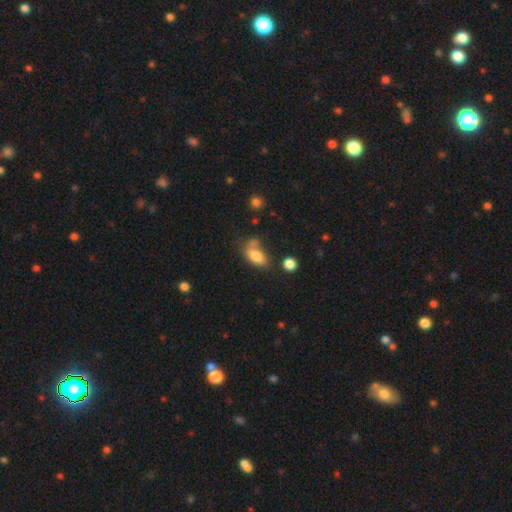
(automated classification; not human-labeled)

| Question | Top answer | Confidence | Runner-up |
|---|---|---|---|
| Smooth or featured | smooth | 79% | featured or disk (12%) |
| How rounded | in between | 89% | cigar-shaped (6%) |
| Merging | none | 43% | minor disturbance (25%) |